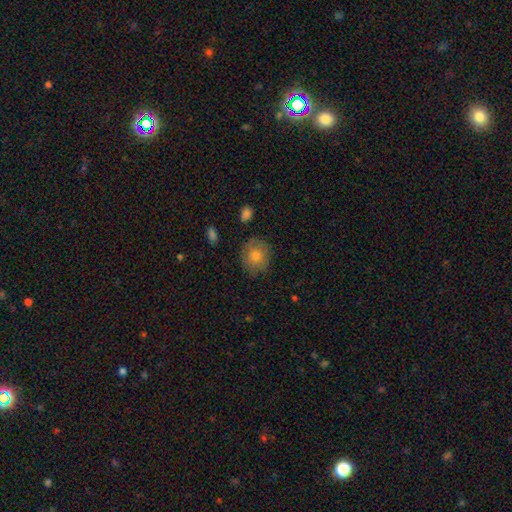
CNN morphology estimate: Overall: smooth (70%). How rounded: round (84%). Merging: none (82%).